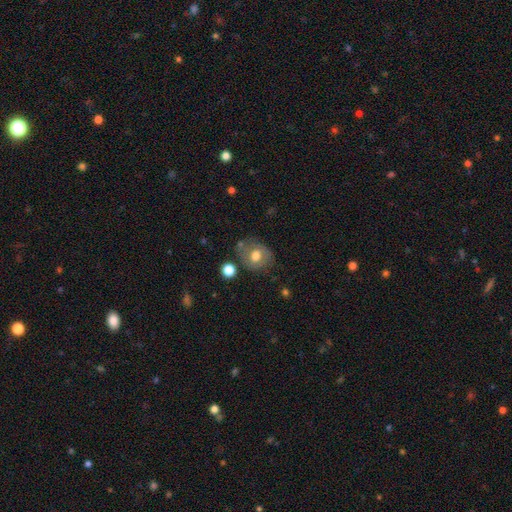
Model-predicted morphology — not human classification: smooth-or-featured: smooth: 63% | featured or disk: 28% | star or artifact: 9%
  how-rounded: round: 58% | in between: 41% | cigar-shaped: 1%
  merging: none: 63% | minor disturbance: 22% | major disturbance: 8% | merger: 7%